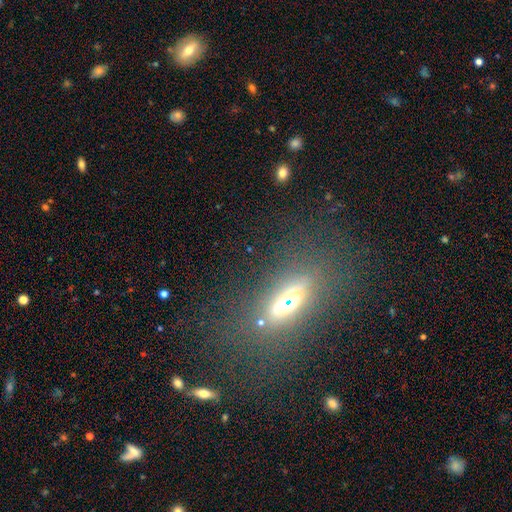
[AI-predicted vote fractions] Smooth or featured? smooth (49%)
Merging? none (73%)